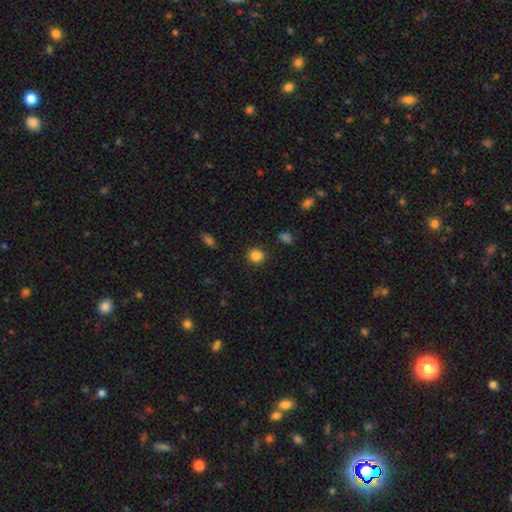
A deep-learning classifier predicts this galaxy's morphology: Smooth or featured? smooth (85%)
How rounded? round (78%)
Merging? none (86%)